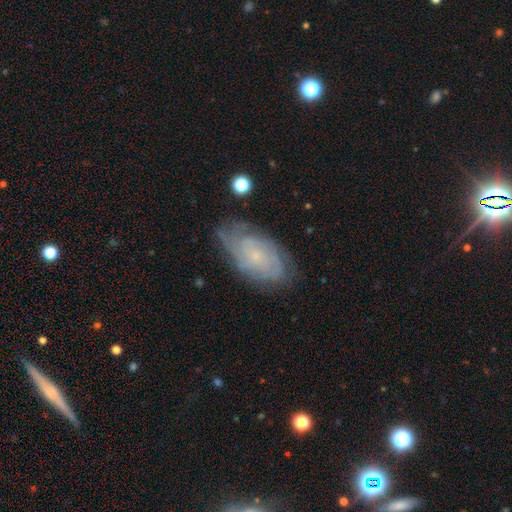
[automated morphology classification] smooth-or-featured: featured or disk: 73% | smooth: 19% | star or artifact: 8%
  disk-edge-on: no: 95% | yes: 5%
    bar: no: 76% | weak: 21% | strong: 3%
    has-spiral-arms: yes: 91% | no: 9%
      spiral-winding: tight: 67% | medium: 26% | loose: 7%
      spiral-arm-count: can't tell: 47% | 2: 20% | 3: 13% | 4: 10% | more than 4: 5% | 1: 5%
    bulge-size: small: 77% | moderate: 13% | none: 7% | large: 1% | dominant: 1%
  merging: none: 69% | minor disturbance: 22% | major disturbance: 7% | merger: 2%